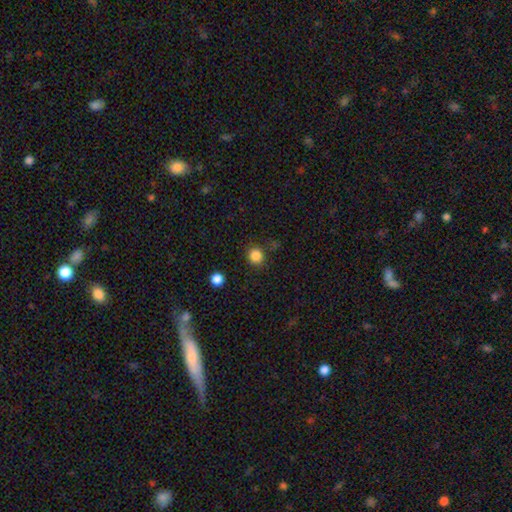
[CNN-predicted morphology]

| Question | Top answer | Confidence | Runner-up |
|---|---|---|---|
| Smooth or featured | smooth | 85% | star or artifact (12%) |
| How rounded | round | 91% | in between (8%) |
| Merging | none | 85% | minor disturbance (9%) |